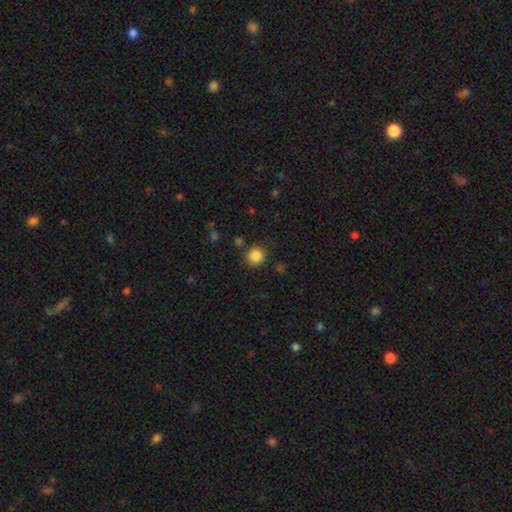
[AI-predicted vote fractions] smooth-or-featured: smooth: 85% | star or artifact: 11% | featured or disk: 4%
  how-rounded: round: 92% | in between: 7% | cigar-shaped: 1%
  merging: none: 87% | minor disturbance: 8% | merger: 3% | major disturbance: 3%